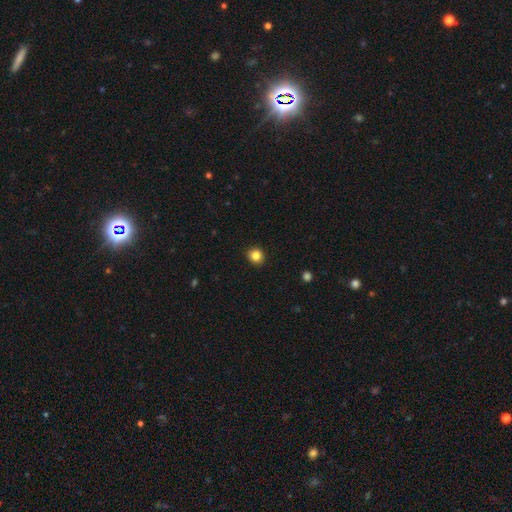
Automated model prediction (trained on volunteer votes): This appears to be a smooth galaxy with no disk features (85%) that is round (85%). Merging: none (91%).